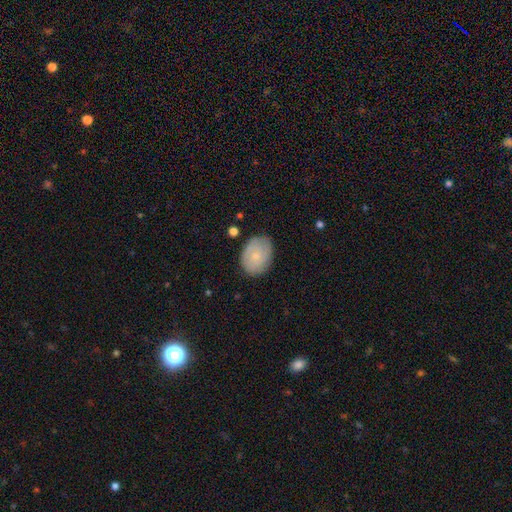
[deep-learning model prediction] Smooth or featured? Predicted: smooth (p=0.70). How rounded? Predicted: in between (p=0.70). Merging? Predicted: none (p=0.77).